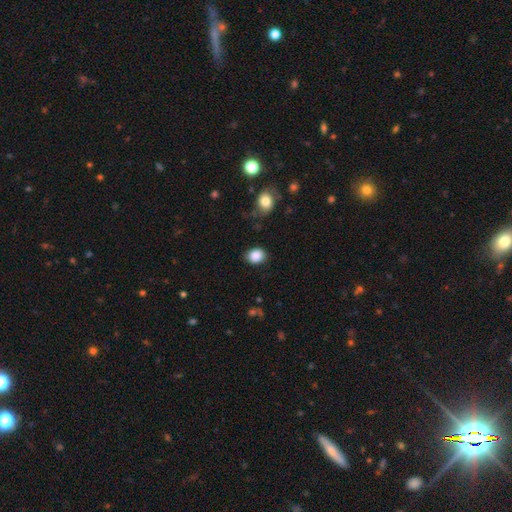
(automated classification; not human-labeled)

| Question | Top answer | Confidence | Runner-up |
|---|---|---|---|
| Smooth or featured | smooth | 88% | star or artifact (8%) |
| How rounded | round | 52% | in between (47%) |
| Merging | none | 82% | minor disturbance (12%) |